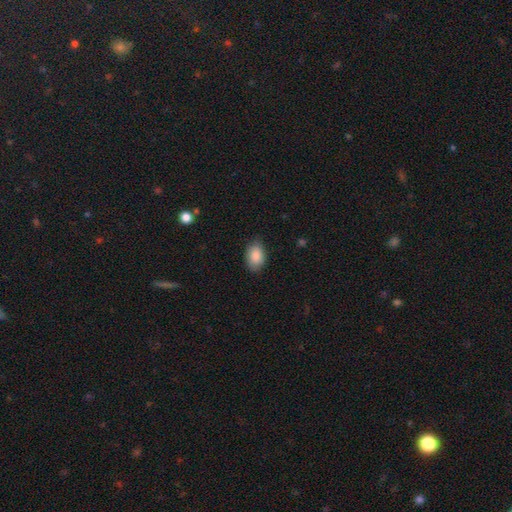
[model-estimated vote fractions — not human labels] Smooth or featured? Predicted: smooth (p=0.88). How rounded? Predicted: in between (p=0.88). Merging? Predicted: none (p=0.81).